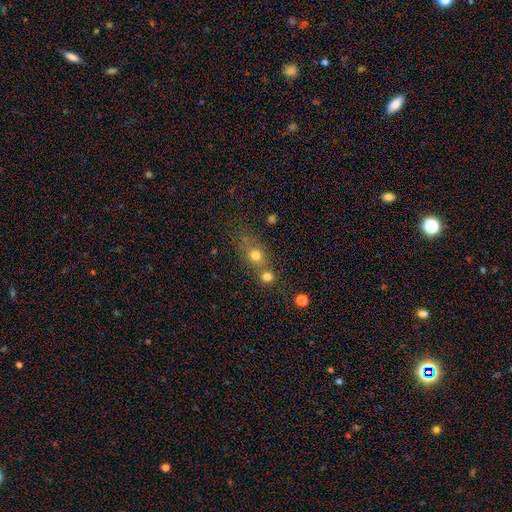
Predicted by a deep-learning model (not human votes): This is likely a smooth galaxy (69%). How rounded: likely round (61%). Merging: marginally none (43%).